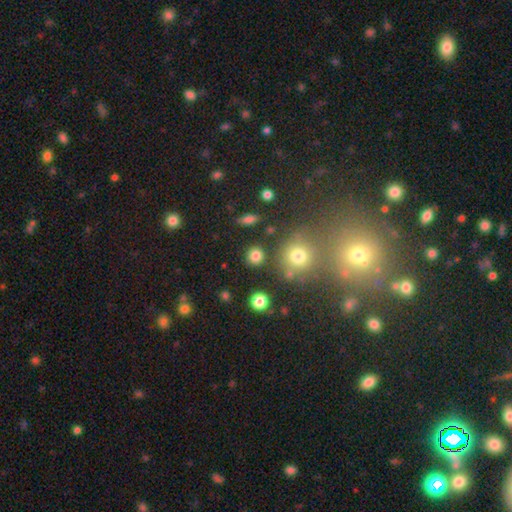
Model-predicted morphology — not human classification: Smooth or featured? smooth (81%)
How rounded? round (89%)
Merging? none (86%)